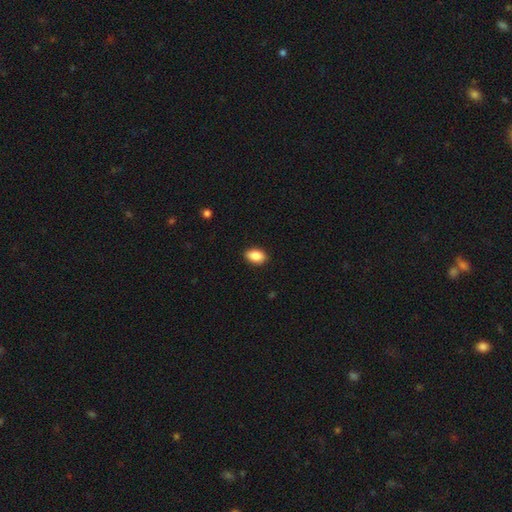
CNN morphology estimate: A smooth galaxy with no disk features (88%) that is in between round and cigar-shaped (90%). Merging: none (89%).